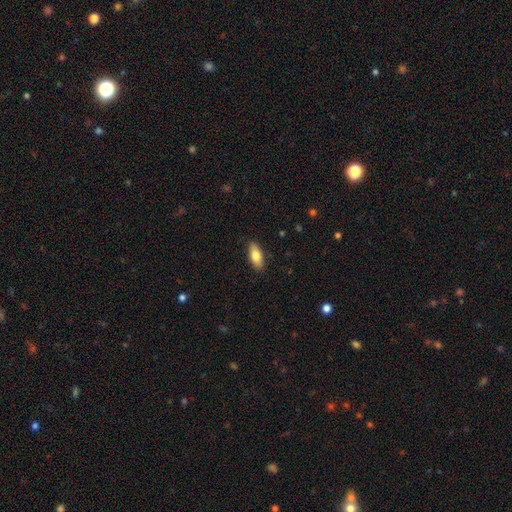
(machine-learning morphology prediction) Smooth or featured: smooth — 78% (featured or disk — 15%)
How rounded: in between — 80% (cigar-shaped — 17%)
Merging: none — 88% (minor disturbance — 9%)